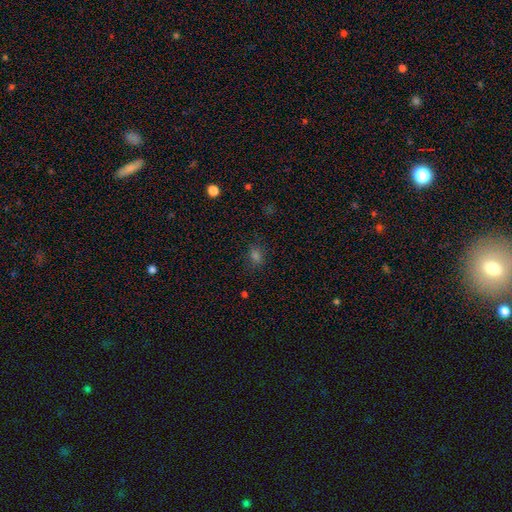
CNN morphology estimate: Smooth or featured?
  - smooth: 68% *
  - star or artifact: 25%
  - featured or disk: 7%
How rounded?
  - in between: 58% *
  - round: 40%
  - cigar-shaped: 2%
Merging?
  - none: 81% *
  - minor disturbance: 13%
  - major disturbance: 4%
  - merger: 2%